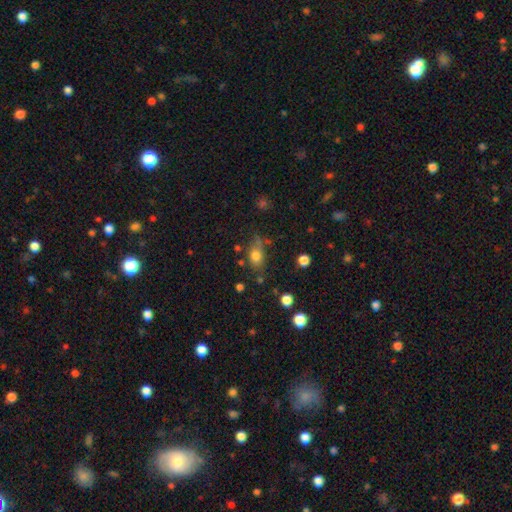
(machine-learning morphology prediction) Smooth or featured? smooth (77%)
How rounded? in between (77%)
Merging? none (62%)